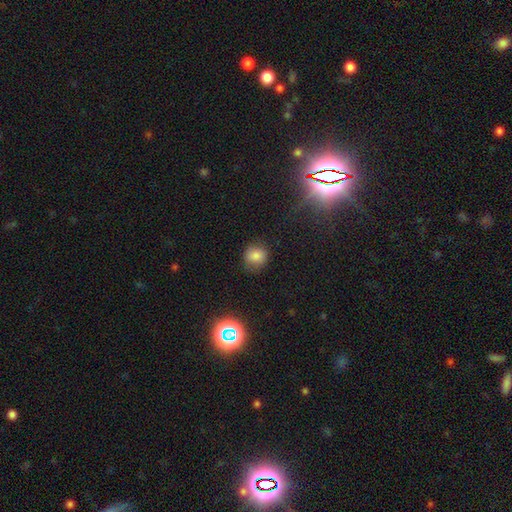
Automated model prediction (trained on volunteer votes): Smooth or featured: smooth — 80% (star or artifact — 13%)
How rounded: round — 79% (in between — 20%)
Merging: none — 76% (minor disturbance — 17%)